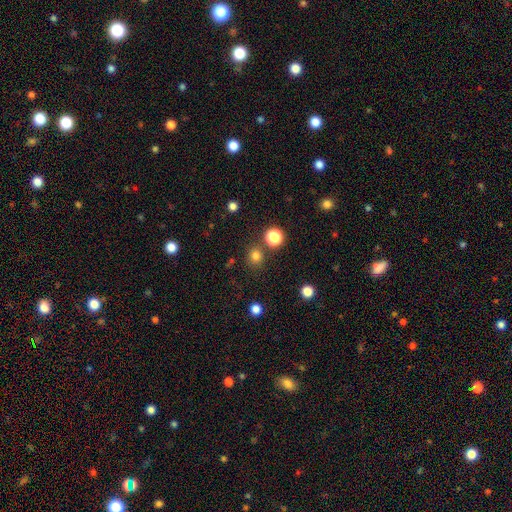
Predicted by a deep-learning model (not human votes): Q: Smooth or featured?
A: smooth (79%); runner-up: star or artifact (16%)
Q: How rounded?
A: round (88%); runner-up: in between (11%)
Q: Merging?
A: none (81%); runner-up: merger (8%)